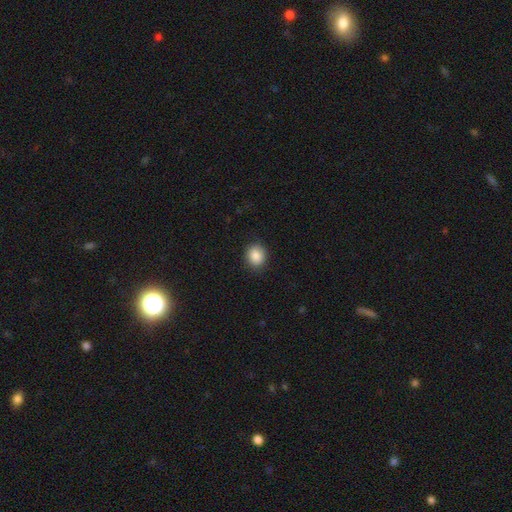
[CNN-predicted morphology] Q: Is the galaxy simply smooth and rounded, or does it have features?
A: smooth — 87%.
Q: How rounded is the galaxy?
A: round — 74%.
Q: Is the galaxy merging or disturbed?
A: none — 88%.